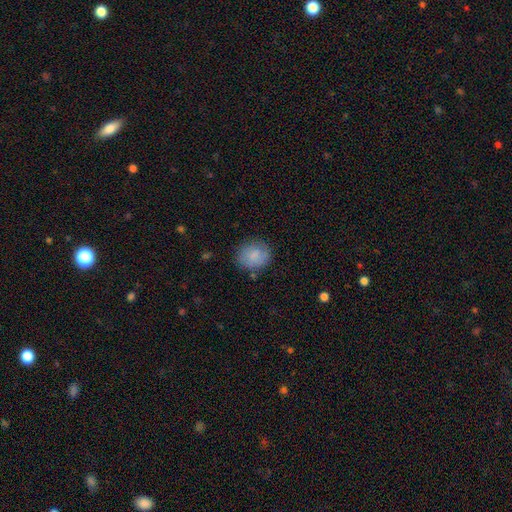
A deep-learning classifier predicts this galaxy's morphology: smooth_or_featured: smooth (p=0.80) [alt: featured or disk p=0.12]
how_rounded: round (p=0.72) [alt: in between p=0.27]
merging: none (p=0.77) [alt: minor disturbance p=0.16]